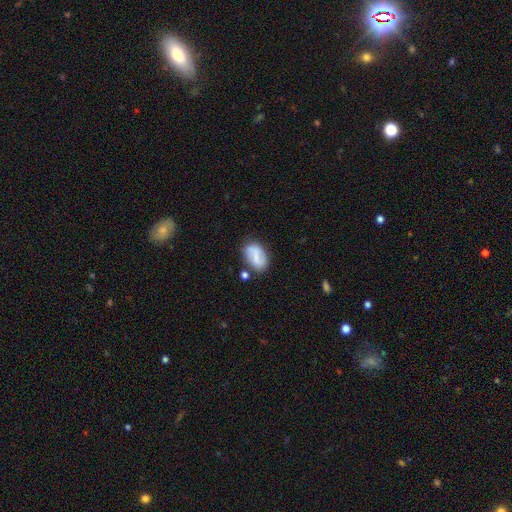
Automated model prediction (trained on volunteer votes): Smooth or featured? smooth (46%, tied with featured or disk)
Merging? none (66%)